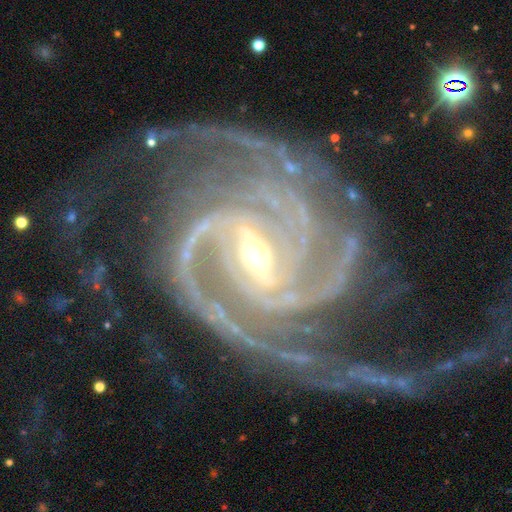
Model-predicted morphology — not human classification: featured or disk 94%, star or artifact 4%, smooth 2%. Down the decision tree: edge-on disk — no (98%); bar — strong (55%); spiral arms — yes (99%); spiral arm count — 2 (33%); spiral winding — tight (47%); bulge size — small (51%); merging — none (64%).